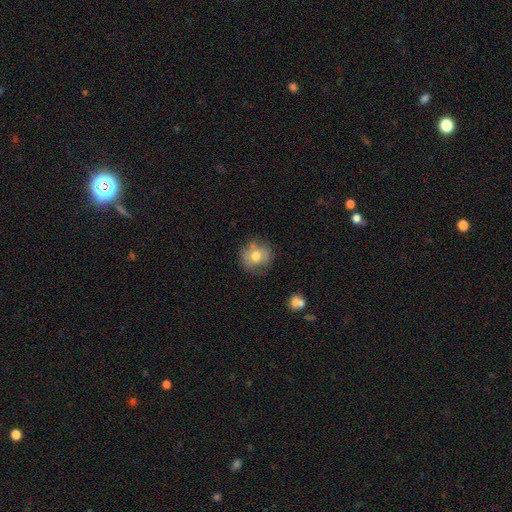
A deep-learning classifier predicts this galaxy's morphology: type=smooth (69%); roundness=round (85%); merging=none (70%).